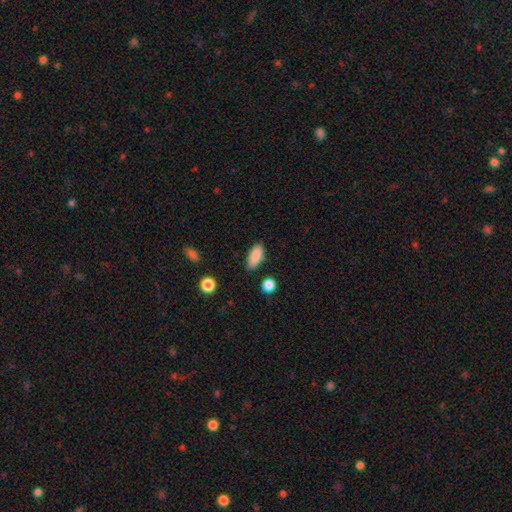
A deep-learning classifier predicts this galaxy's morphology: smooth-or-featured: smooth: 87% | star or artifact: 7% | featured or disk: 6%
  how-rounded: in between: 82% | cigar-shaped: 14% | round: 4%
  merging: none: 80% | minor disturbance: 14% | major disturbance: 3% | merger: 3%